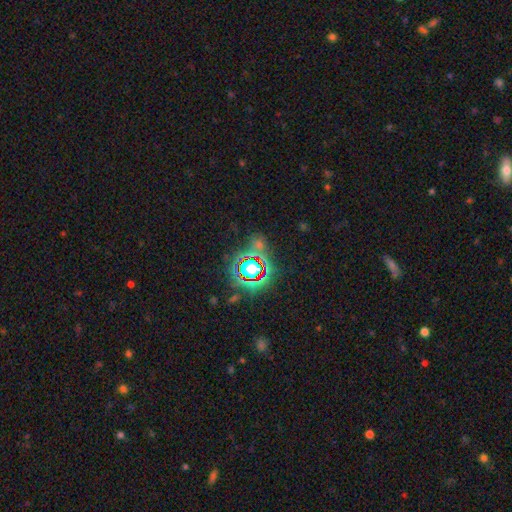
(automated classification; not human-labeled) Smooth or featured: star or artifact — 78% (smooth — 12%)